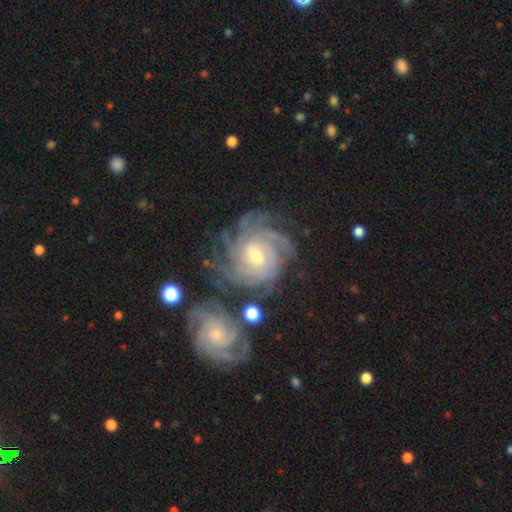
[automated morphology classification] smooth_or_featured: featured or disk (p=0.88) [alt: star or artifact p=0.06]
disk_edge_on: no (p=0.97) [alt: yes p=0.03]
bar: no (p=0.43) [tied with: weak p=0.43]
has_spiral_arms: yes (p=0.98) [alt: no p=0.02]
spiral_winding: tight (p=0.75) [alt: medium p=0.22]
spiral_arm_count: 4 (p=0.35) [alt: more than 4 p=0.25]
bulge_size: small (p=0.48) [alt: moderate p=0.46]
merging: none (p=0.67) [alt: minor disturbance p=0.15]